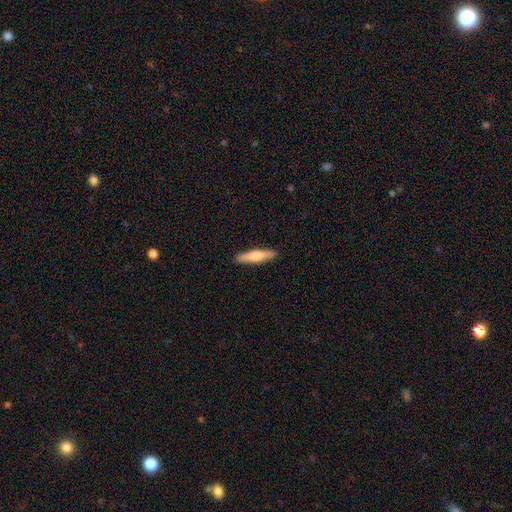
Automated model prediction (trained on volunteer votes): Smooth or featured? Predicted: smooth (p=0.70). How rounded? Predicted: cigar-shaped (p=0.82). Merging? Predicted: none (p=0.90).